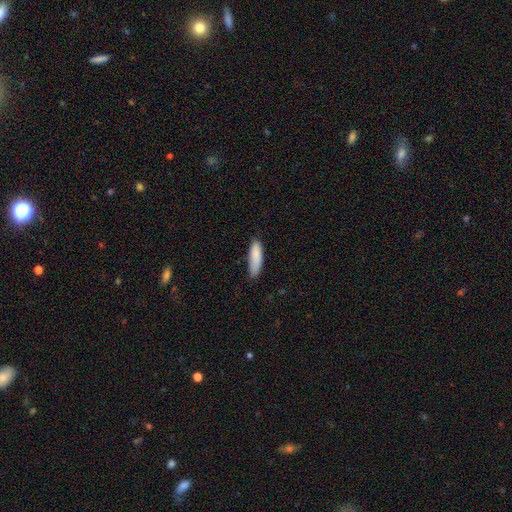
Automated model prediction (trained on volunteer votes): Smooth or featured?
  - smooth: 85% *
  - featured or disk: 9%
  - star or artifact: 6%
How rounded?
  - cigar-shaped: 55% *
  - in between: 44%
  - round: 2%
Merging?
  - none: 68% *
  - minor disturbance: 26%
  - major disturbance: 4%
  - merger: 2%